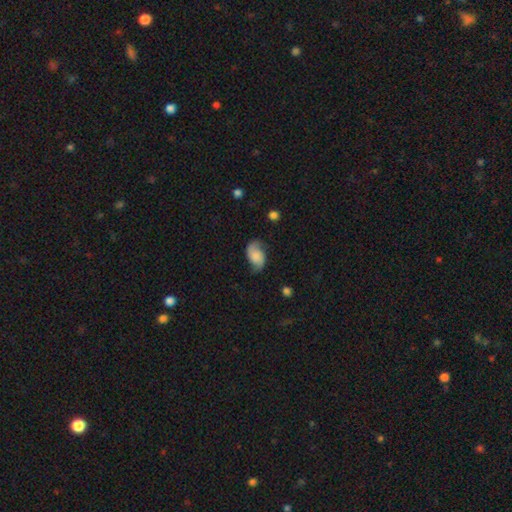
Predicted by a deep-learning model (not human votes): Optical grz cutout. It shows a featured or disk galaxy (52%) with no bar (68%), spiral arms (91%) and no central bulge (39%). Merging: none (66%).